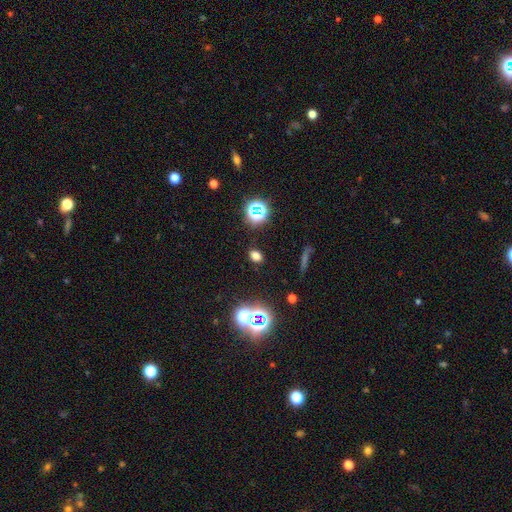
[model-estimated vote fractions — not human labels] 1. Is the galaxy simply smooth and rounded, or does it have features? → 69% smooth, 24% star or artifact, 7% featured or disk.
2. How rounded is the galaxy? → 70% in between, 28% round, 2% cigar-shaped.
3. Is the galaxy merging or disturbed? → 86% none, 8% minor disturbance, 3% major disturbance, 2% merger.